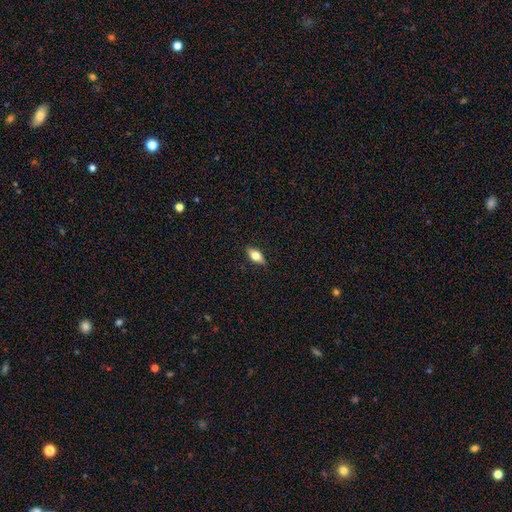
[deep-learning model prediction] Q: Smooth or featured?
A: smooth (70%); runner-up: featured or disk (22%)
Q: How rounded?
A: in between (84%); runner-up: cigar-shaped (11%)
Q: Merging?
A: none (87%); runner-up: minor disturbance (10%)